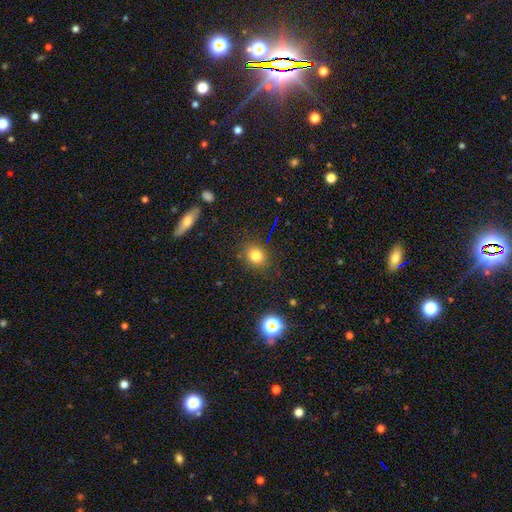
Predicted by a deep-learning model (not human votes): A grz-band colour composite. It shows a smooth galaxy with no disk features (77%) that is round (74%). Merging: none (86%).